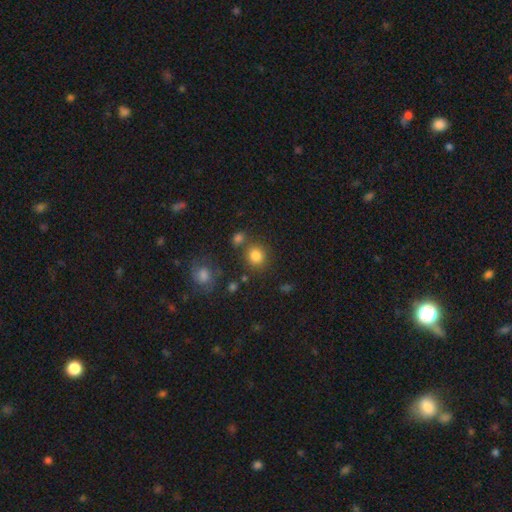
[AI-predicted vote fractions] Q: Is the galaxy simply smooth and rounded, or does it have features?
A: smooth — 82%.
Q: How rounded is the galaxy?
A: round — 83%.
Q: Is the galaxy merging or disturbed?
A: none — 72%.